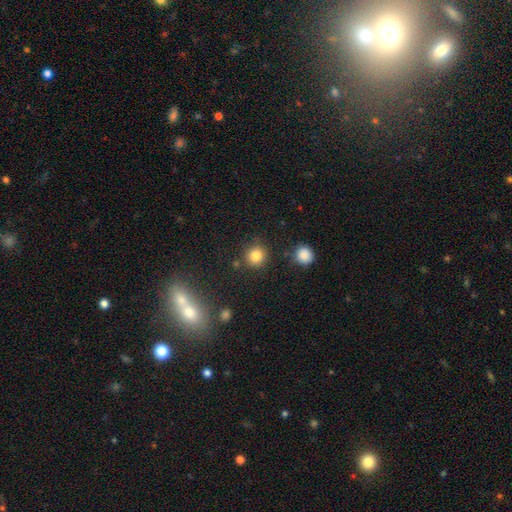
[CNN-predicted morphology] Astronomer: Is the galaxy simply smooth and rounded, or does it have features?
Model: smooth — 81%.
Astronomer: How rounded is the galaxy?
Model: round — 91%.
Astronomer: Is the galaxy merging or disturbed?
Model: none — 85%.